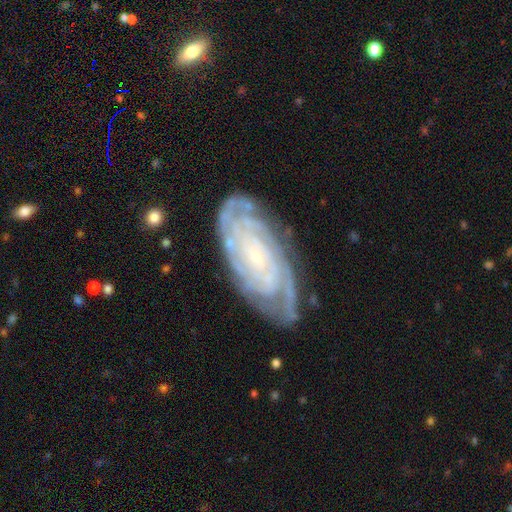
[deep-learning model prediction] Overall: featured or disk (87%). Edge-on disk: no (95%). Bar: no (70%). Spiral arms: yes (98%). Spiral arm count: can't tell (27%; 4 22%). Spiral winding: tight (82%). Bulge size: small (83%). Merging: none (78%).